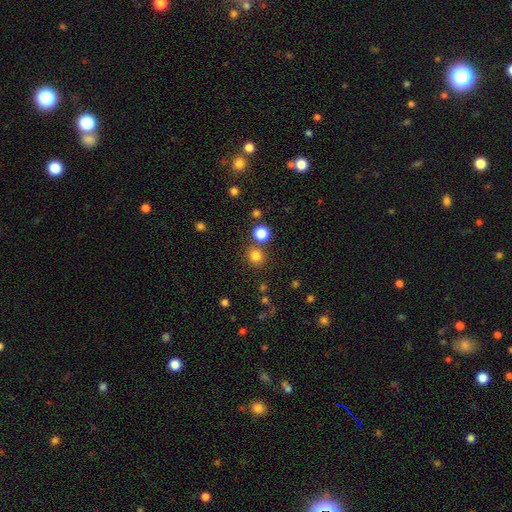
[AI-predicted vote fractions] smooth 80%, star or artifact 15%, featured or disk 5%. Down the decision tree: how rounded — round (88%); merging — none (77%).